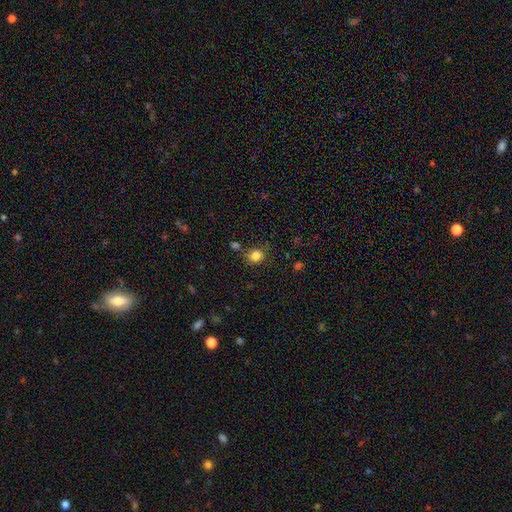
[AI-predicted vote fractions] Smooth or featured: smooth — 84% (star or artifact — 12%)
How rounded: round — 71% (in between — 28%)
Merging: none — 77% (minor disturbance — 13%)